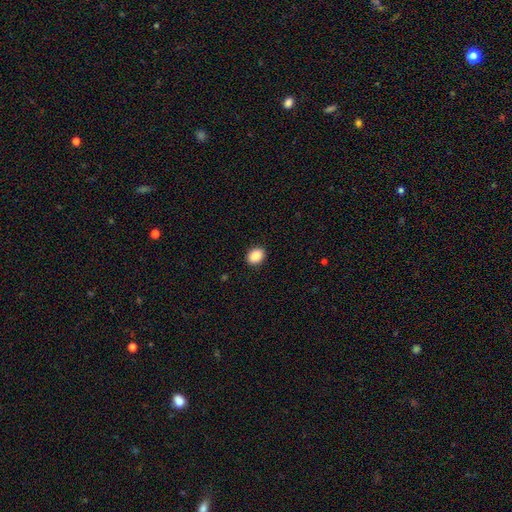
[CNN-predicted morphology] A smooth galaxy with no disk features (89%) that is in between round and cigar-shaped (62%).

Vote fractions:
- Smooth or featured? smooth: 89% / star or artifact: 8% / featured or disk: 4%
- How rounded? in between: 62% / round: 37% / cigar-shaped: 1%
- Merging? none: 91% / minor disturbance: 7% / major disturbance: 2% / merger: 1%